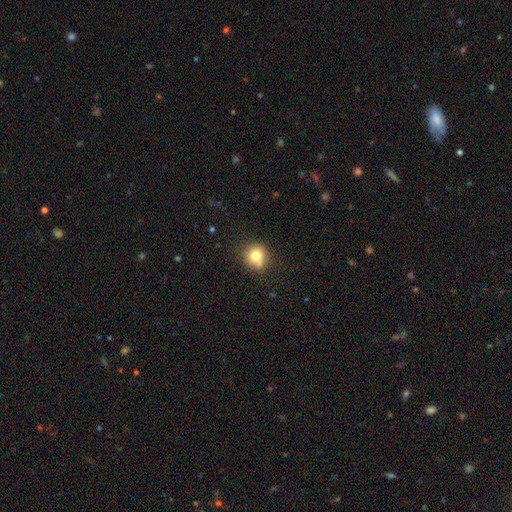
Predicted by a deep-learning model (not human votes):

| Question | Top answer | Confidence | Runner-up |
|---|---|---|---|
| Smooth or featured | smooth | 75% | featured or disk (13%) |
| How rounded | round | 85% | in between (14%) |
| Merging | none | 64% | minor disturbance (18%) |